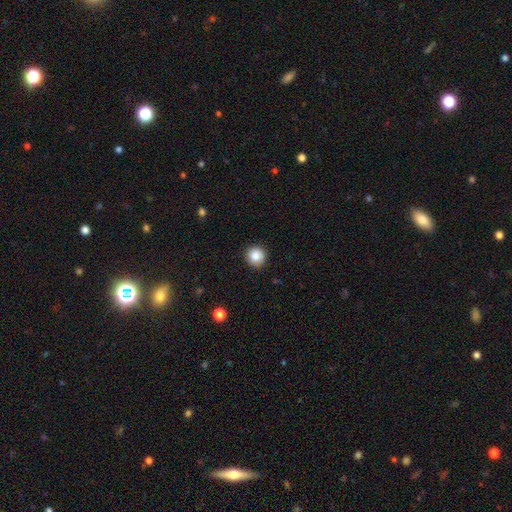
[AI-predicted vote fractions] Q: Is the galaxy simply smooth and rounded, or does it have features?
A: smooth — 86%.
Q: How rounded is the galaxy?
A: round — 92%.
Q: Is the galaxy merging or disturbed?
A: none — 91%.